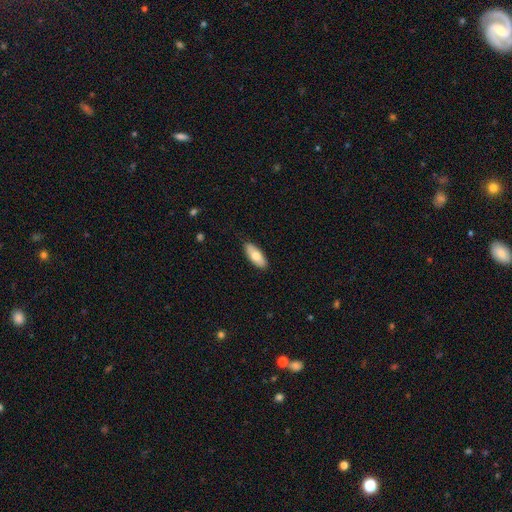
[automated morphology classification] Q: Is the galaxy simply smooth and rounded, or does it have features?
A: smooth — 74%.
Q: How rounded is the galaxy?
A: in between — 81%.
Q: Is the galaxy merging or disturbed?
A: none — 87%.